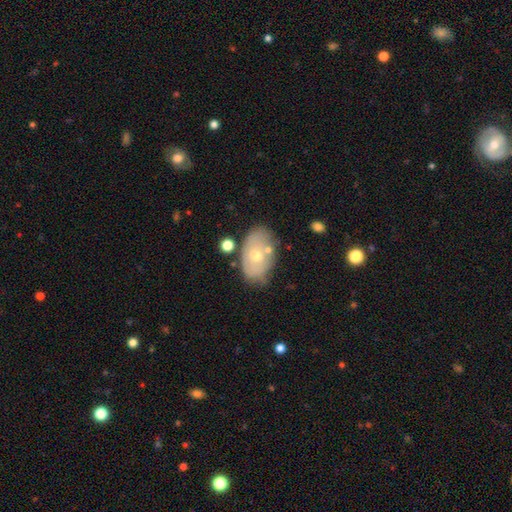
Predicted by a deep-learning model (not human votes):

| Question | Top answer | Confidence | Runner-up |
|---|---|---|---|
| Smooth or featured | smooth | 50% | featured or disk (42%) |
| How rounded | in between | 89% | round (10%) |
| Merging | none | 67% | minor disturbance (19%) |